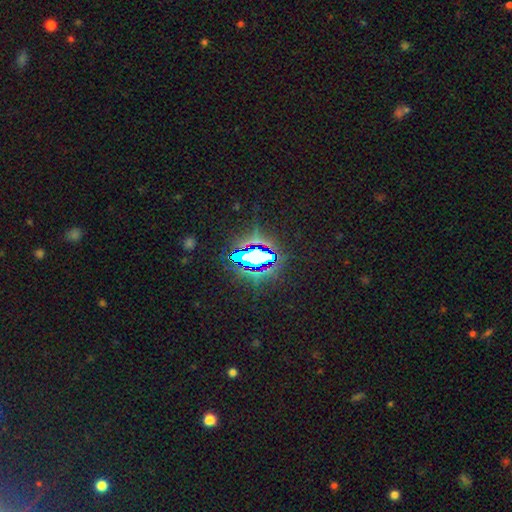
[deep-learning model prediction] smooth_or_featured: star or artifact (p=0.73) [alt: smooth p=0.15]